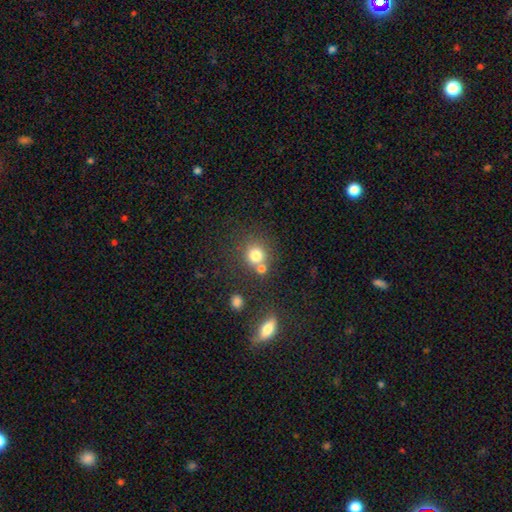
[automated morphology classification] Smooth or featured? Predicted: smooth (p=0.78). How rounded? Predicted: round (p=0.88). Merging? Predicted: none (p=0.62).